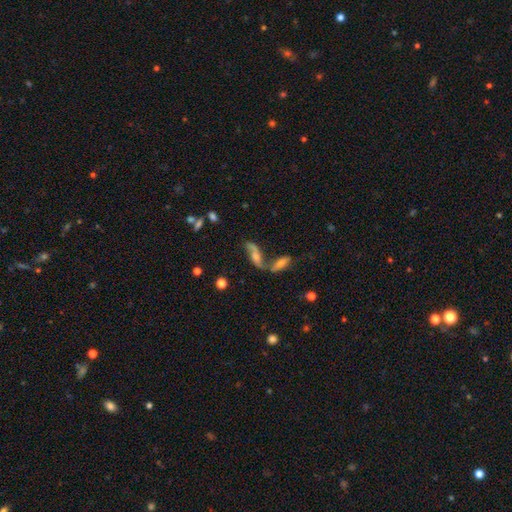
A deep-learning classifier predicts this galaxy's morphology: Overall: featured or disk (64%). Edge-on disk: no (74%). Merging: merger (48%; none 34%).